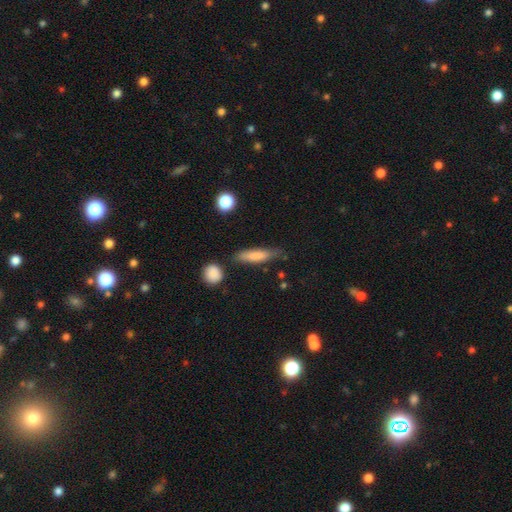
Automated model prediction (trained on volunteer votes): Overall: smooth (77%). How rounded: cigar-shaped (70%). Merging: none (69%).